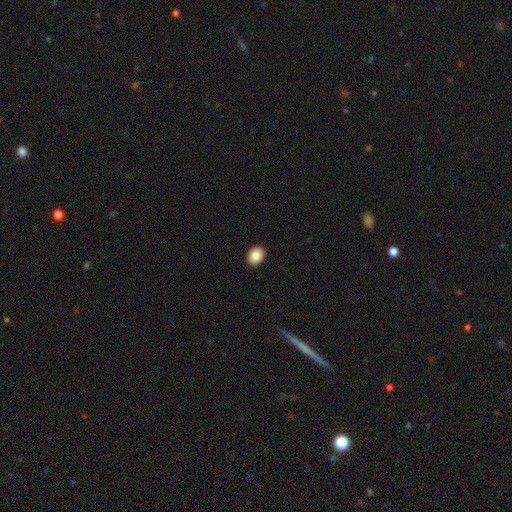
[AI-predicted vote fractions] smooth 88%, star or artifact 8%, featured or disk 4%. Down the decision tree: how rounded — round (51%); merging — none (92%).